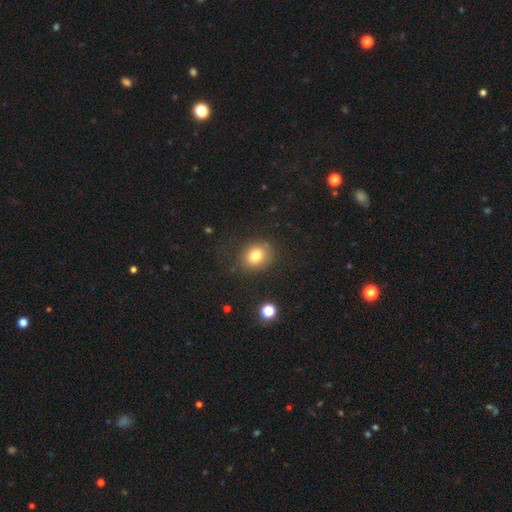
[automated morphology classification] smooth-or-featured: smooth: 77% | star or artifact: 12% | featured or disk: 10%
  how-rounded: round: 64% | in between: 35% | cigar-shaped: 1%
  merging: none: 80% | minor disturbance: 13% | major disturbance: 5% | merger: 2%